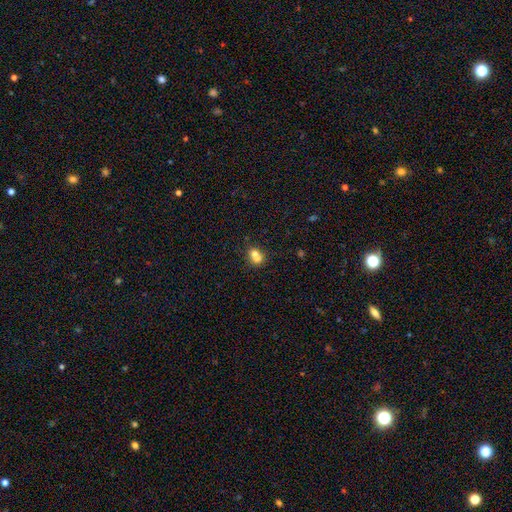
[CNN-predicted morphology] Smooth or featured? Predicted: smooth (p=0.70). How rounded? Predicted: round (p=0.58). Merging? Predicted: merger (p=0.62).